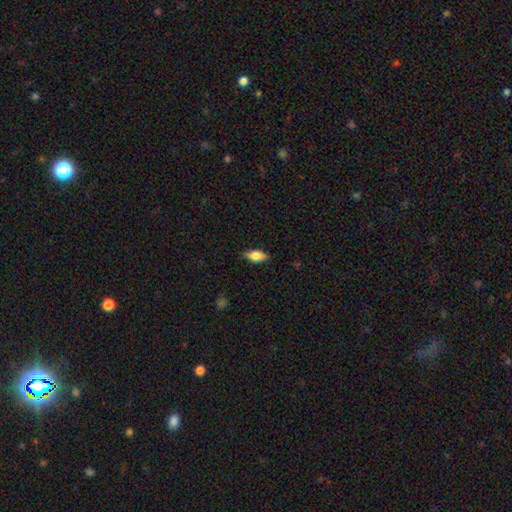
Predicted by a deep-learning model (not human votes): Q: Smooth or featured?
A: smooth (73%); runner-up: featured or disk (20%)
Q: How rounded?
A: in between (86%); runner-up: cigar-shaped (11%)
Q: Merging?
A: none (85%); runner-up: minor disturbance (12%)